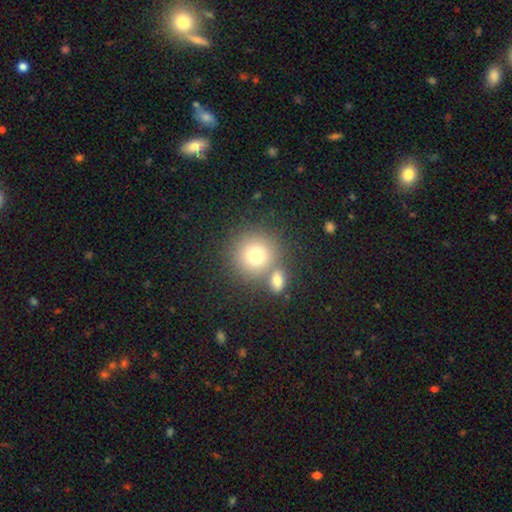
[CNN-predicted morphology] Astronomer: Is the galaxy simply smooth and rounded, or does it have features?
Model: smooth — 74%.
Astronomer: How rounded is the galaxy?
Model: round — 91%.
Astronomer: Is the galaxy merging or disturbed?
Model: none — 64%.